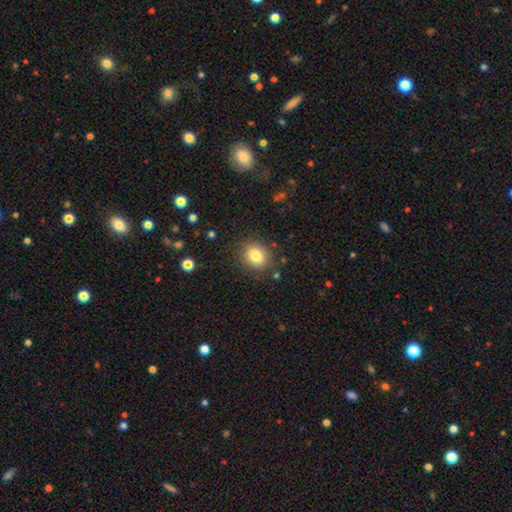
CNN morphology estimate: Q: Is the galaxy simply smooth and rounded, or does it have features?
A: smooth — 81%.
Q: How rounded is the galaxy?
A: round — 71%.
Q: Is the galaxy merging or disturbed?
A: none — 86%.